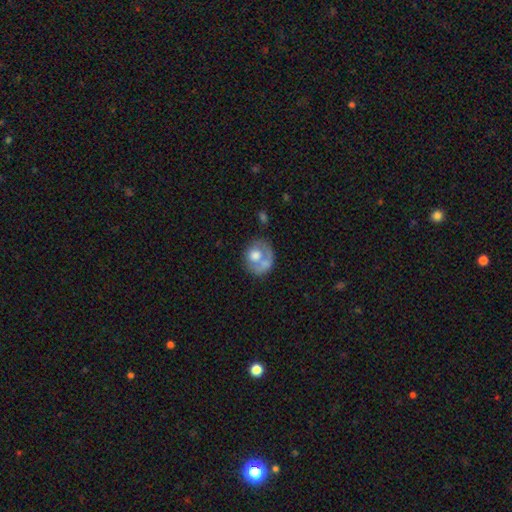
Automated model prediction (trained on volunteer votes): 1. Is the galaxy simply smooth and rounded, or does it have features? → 57% smooth, 36% featured or disk, 7% star or artifact.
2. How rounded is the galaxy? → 69% round, 30% in between, 1% cigar-shaped.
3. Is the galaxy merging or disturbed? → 39% none, 25% merger, 18% major disturbance, 18% minor disturbance.